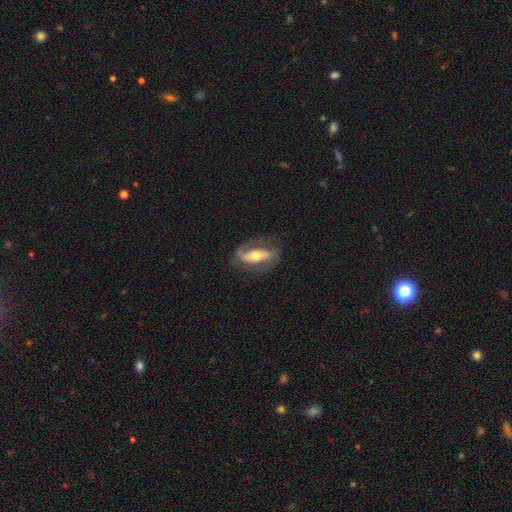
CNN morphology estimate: Smooth or featured? Predicted: featured or disk (p=0.74). Edge-on disk? Predicted: no (p=0.86). Bar? Predicted: strong (p=0.46). Spiral arms? Predicted: yes (p=0.80). Spiral winding? Predicted: medium (p=0.43). Spiral arm count? Predicted: 2 (p=0.74). Bulge size? Predicted: moderate (p=0.69). Merging? Predicted: none (p=0.68).